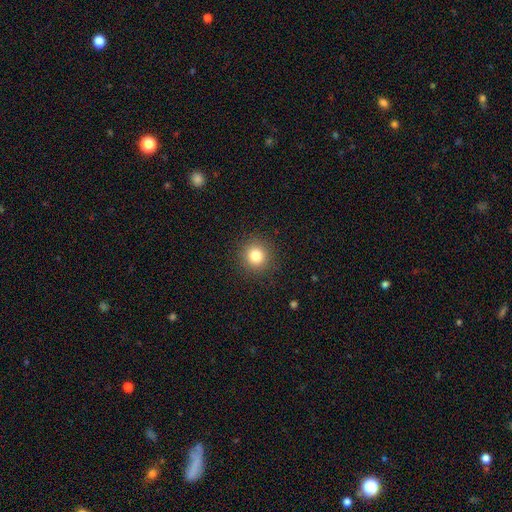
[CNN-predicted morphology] This appears to be a smooth galaxy with no disk features (82%) that is round (92%). Merging: none (90%).